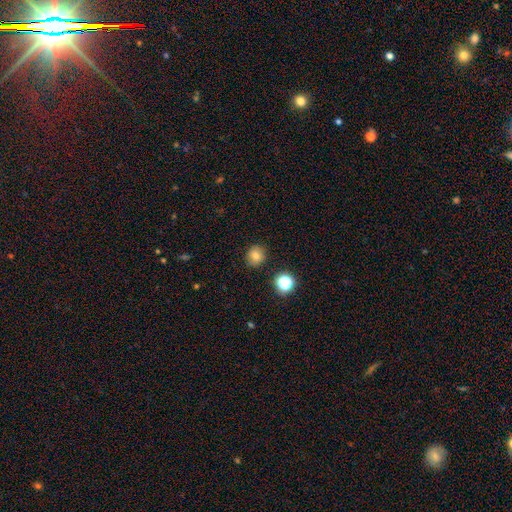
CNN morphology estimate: Q: Smooth or featured?
A: smooth (76%); runner-up: star or artifact (14%)
Q: How rounded?
A: round (83%); runner-up: in between (16%)
Q: Merging?
A: none (86%); runner-up: minor disturbance (9%)